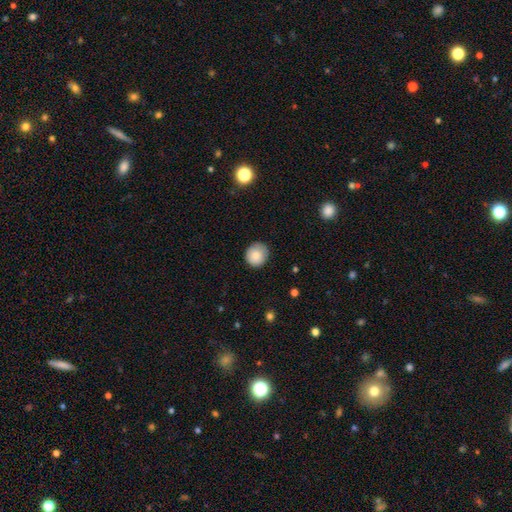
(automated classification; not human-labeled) A smooth galaxy with no disk features (86%) that is round (88%). Merging: none (83%).